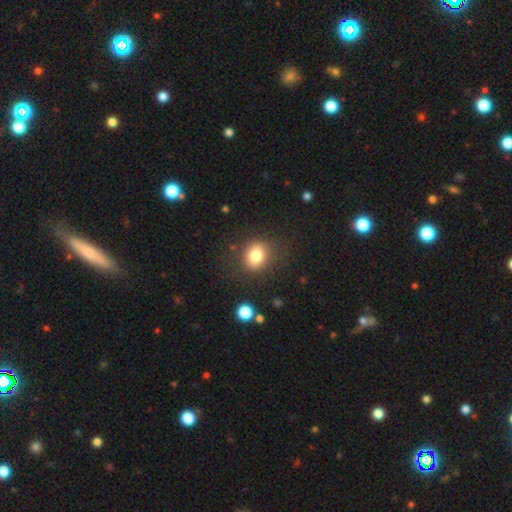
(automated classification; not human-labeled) Smooth or featured?
  - smooth: 81% *
  - star or artifact: 11%
  - featured or disk: 8%
How rounded?
  - round: 56% *
  - in between: 43%
  - cigar-shaped: 1%
Merging?
  - none: 81% *
  - minor disturbance: 12%
  - major disturbance: 5%
  - merger: 2%